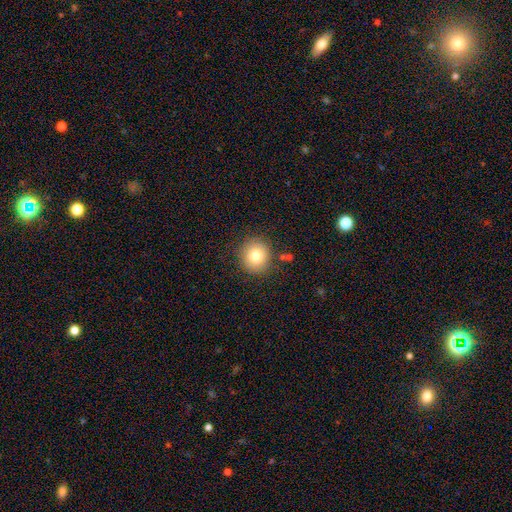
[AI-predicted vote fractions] smooth_or_featured: smooth (p=0.79) [alt: star or artifact p=0.11]
how_rounded: round (p=0.89) [alt: in between p=0.10]
merging: none (p=0.86) [alt: minor disturbance p=0.09]